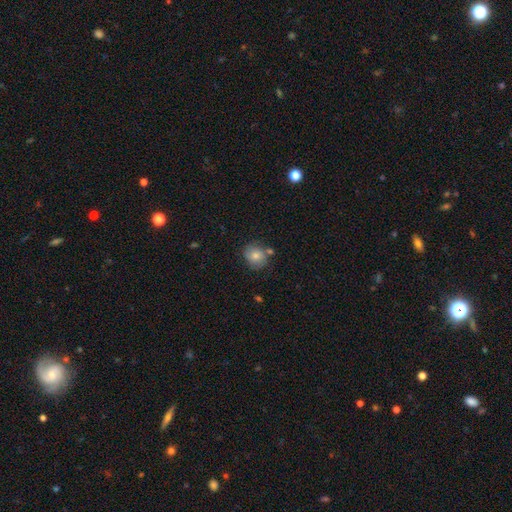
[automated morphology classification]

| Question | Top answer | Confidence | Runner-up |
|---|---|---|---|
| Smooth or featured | smooth | 75% | featured or disk (15%) |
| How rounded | round | 77% | in between (22%) |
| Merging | none | 69% | minor disturbance (17%) |